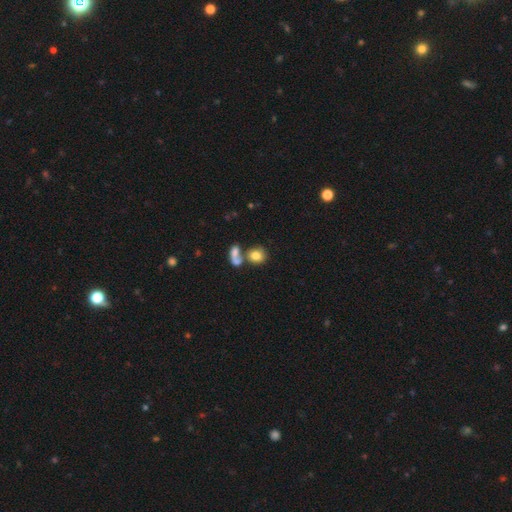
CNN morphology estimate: This appears to be a smooth galaxy with no disk features (78%) that is round (66%). Merging: merger (44%).